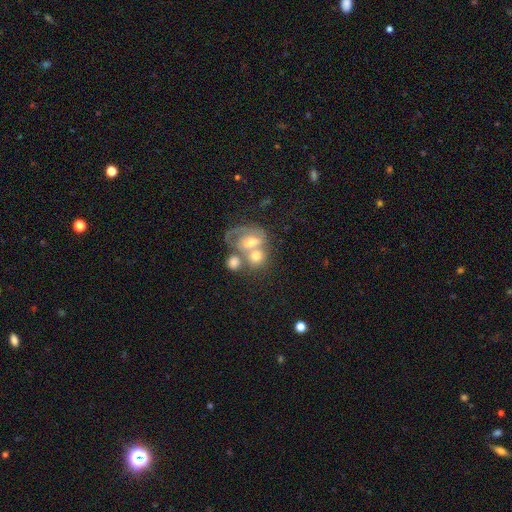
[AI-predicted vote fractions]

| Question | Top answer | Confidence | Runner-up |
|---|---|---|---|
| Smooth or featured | smooth | 49% | featured or disk (41%) |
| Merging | merger | 59% | none (22%) |